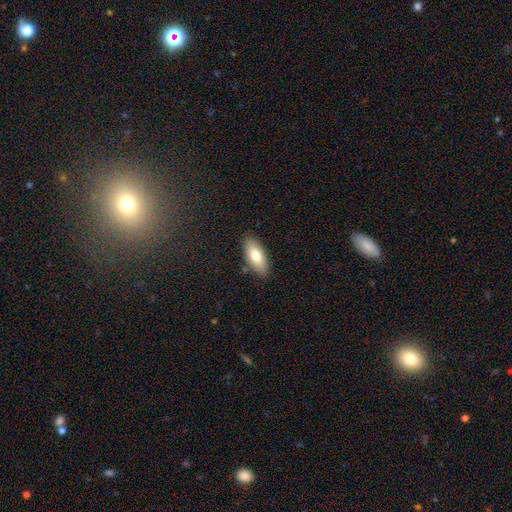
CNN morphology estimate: smooth_or_featured: smooth (p=0.77) [alt: featured or disk p=0.16]
how_rounded: in between (p=0.83) [alt: cigar-shaped p=0.15]
merging: none (p=0.86) [alt: minor disturbance p=0.10]